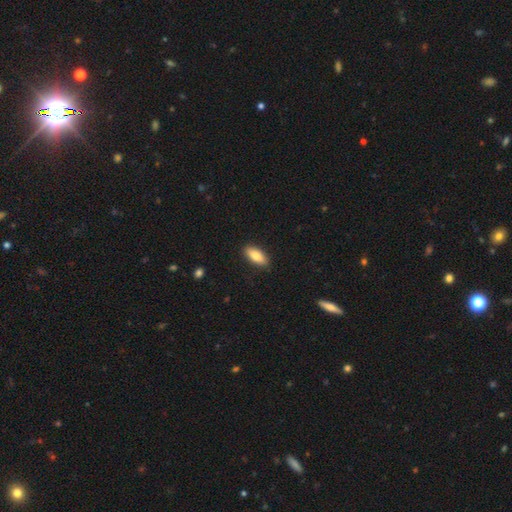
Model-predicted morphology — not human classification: A smooth galaxy with no disk features (85%) that is in between round and cigar-shaped (82%).

Vote fractions:
- Smooth or featured? smooth: 85% / featured or disk: 9% / star or artifact: 6%
- How rounded? in between: 82% / cigar-shaped: 16% / round: 2%
- Merging? none: 89% / minor disturbance: 8% / major disturbance: 2% / merger: 1%